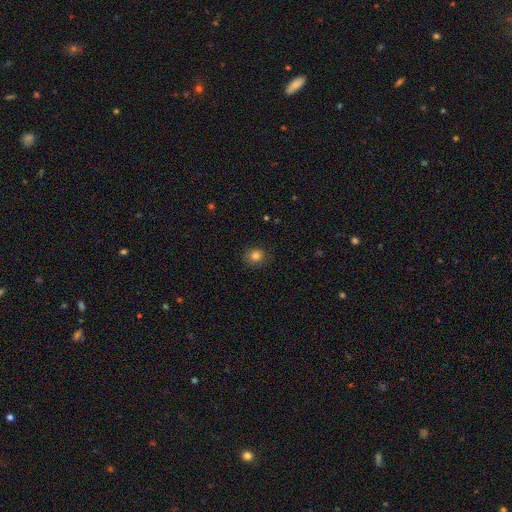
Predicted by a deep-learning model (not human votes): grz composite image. It shows a smooth galaxy with no disk features (81%) that is round (76%). Merging: none (80%).